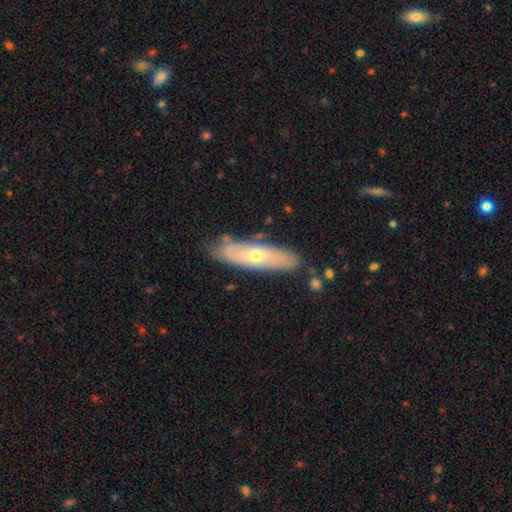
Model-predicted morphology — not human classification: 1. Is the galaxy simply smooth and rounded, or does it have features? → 52% featured or disk, 42% smooth, 6% star or artifact.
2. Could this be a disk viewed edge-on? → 60% no, 40% yes.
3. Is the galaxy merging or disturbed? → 77% none, 17% minor disturbance, 3% merger, 3% major disturbance.